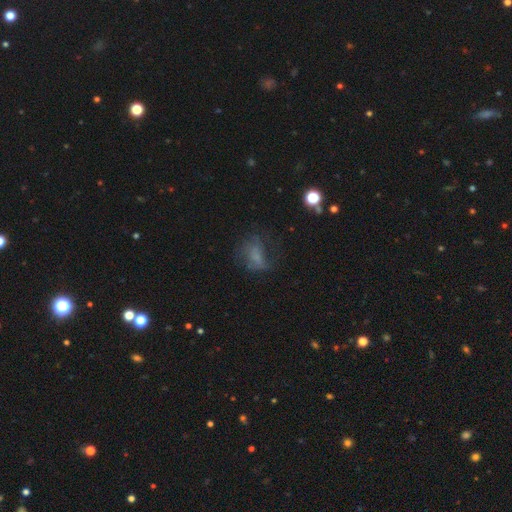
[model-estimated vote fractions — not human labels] A smooth galaxy with no disk features (45%).

Vote fractions:
- Smooth or featured? smooth: 45% / featured or disk: 35% / star or artifact: 20%
- Merging? none: 40% / major disturbance: 35% / minor disturbance: 22% / merger: 3%